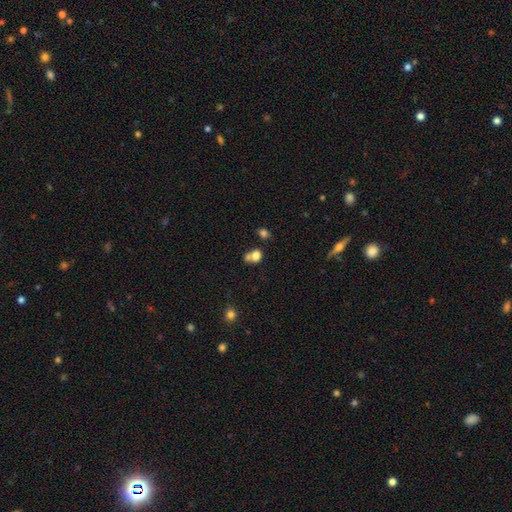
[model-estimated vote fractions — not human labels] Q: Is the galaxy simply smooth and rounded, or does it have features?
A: smooth — 76%.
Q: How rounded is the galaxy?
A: round — 54%.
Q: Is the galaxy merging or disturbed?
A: merger — 50%.